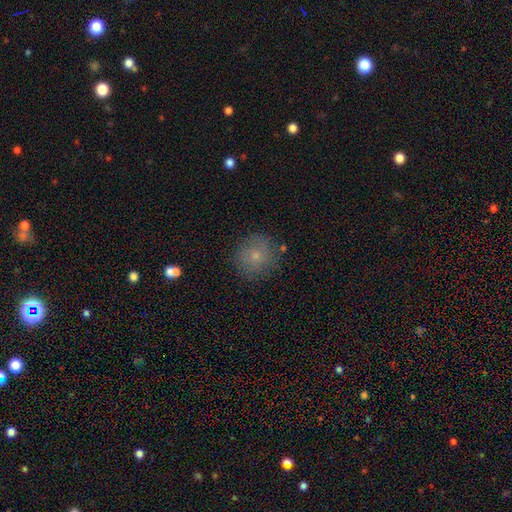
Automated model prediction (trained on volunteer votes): Smooth or featured? Predicted: smooth (p=0.70). How rounded? Predicted: round (p=0.90). Merging? Predicted: none (p=0.81).